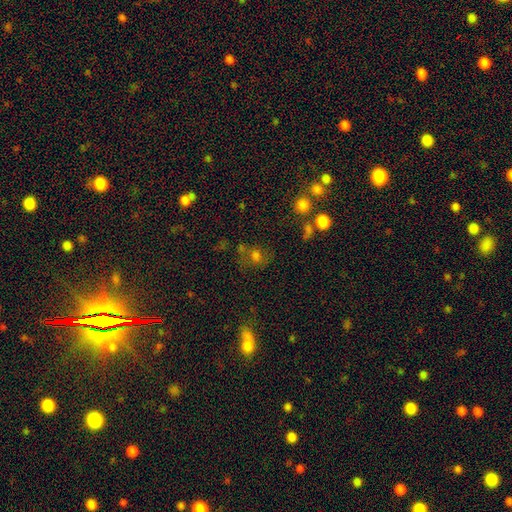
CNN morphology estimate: The model was most divided on "smooth or featured": smooth: 53%, star or artifact: 31%, featured or disk: 16%. More confident: how rounded — round (65%); merging — none (56%).